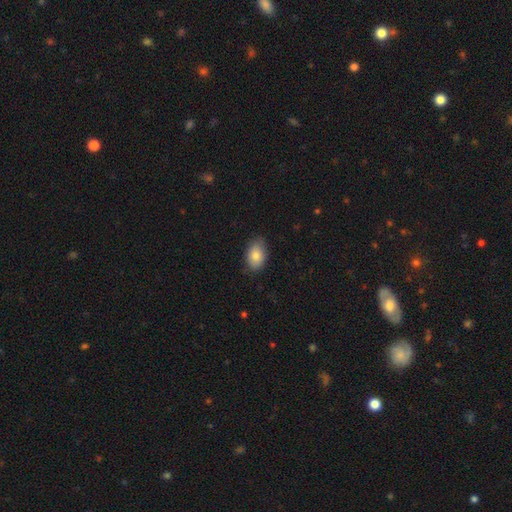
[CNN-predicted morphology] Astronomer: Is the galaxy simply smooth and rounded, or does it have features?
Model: smooth — 83%.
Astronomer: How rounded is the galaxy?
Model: in between — 88%.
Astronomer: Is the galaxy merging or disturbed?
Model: none — 79%.